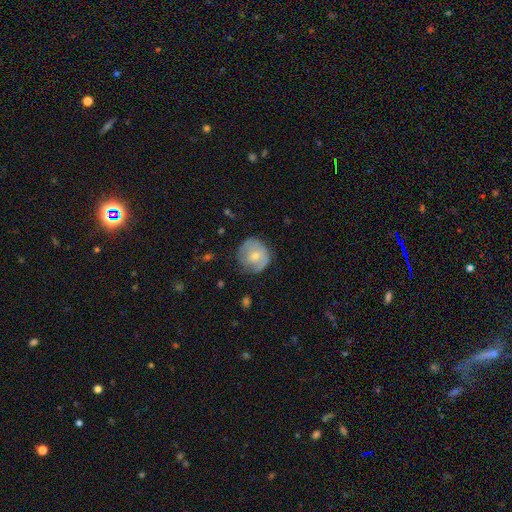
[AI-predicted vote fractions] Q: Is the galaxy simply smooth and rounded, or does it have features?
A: featured or disk — 47%.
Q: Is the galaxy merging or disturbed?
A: none — 64%.